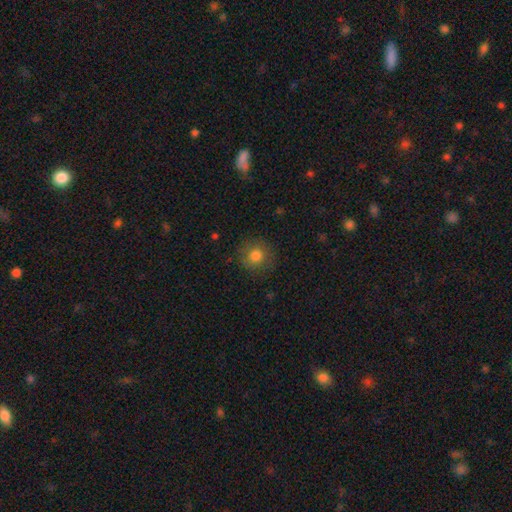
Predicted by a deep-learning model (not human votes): This is clearly a smooth galaxy (80%). How rounded: clearly round (91%). Merging: clearly none (86%).